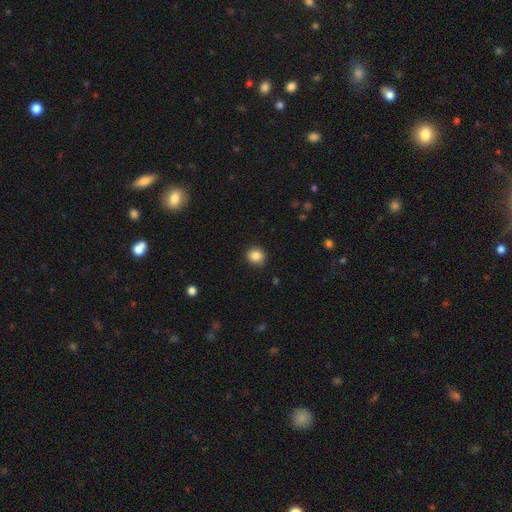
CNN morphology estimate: smooth-or-featured: smooth: 86% | star or artifact: 10% | featured or disk: 4%
  how-rounded: round: 87% | in between: 12% | cigar-shaped: 1%
  merging: none: 89% | minor disturbance: 8% | major disturbance: 2% | merger: 1%